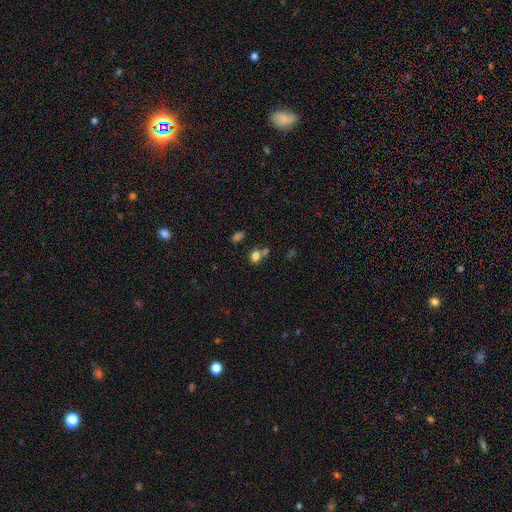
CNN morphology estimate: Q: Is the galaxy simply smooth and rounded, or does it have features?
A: smooth — 78%.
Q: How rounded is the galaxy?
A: in between — 57%.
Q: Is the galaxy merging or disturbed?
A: none — 53%.